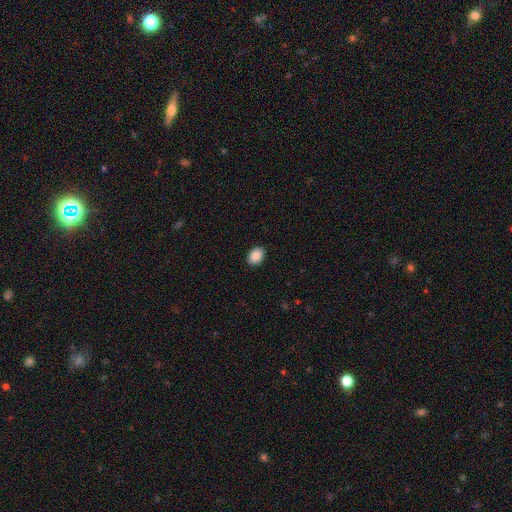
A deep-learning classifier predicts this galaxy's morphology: The model was most divided on "how rounded": in between: 72%, round: 27%, cigar-shaped: 1%. More confident: merging — none (90%); smooth or featured — smooth (89%).